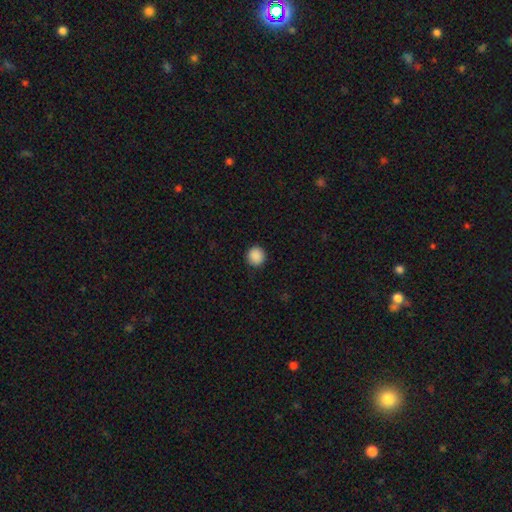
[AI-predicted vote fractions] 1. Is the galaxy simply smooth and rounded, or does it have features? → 89% smooth, 9% star or artifact, 2% featured or disk.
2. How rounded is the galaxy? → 94% round, 5% in between, 1% cigar-shaped.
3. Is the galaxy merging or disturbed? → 92% none, 6% minor disturbance, 2% major disturbance, 1% merger.